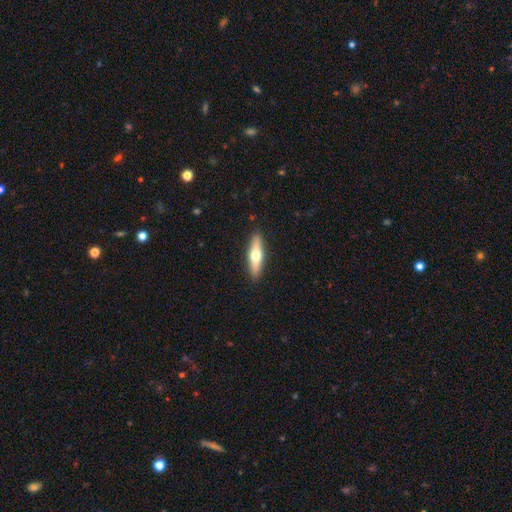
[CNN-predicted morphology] smooth_or_featured: smooth (p=0.54) [alt: featured or disk p=0.41]
how_rounded: cigar-shaped (p=0.64) [alt: in between p=0.33]
merging: none (p=0.90) [alt: minor disturbance p=0.07]